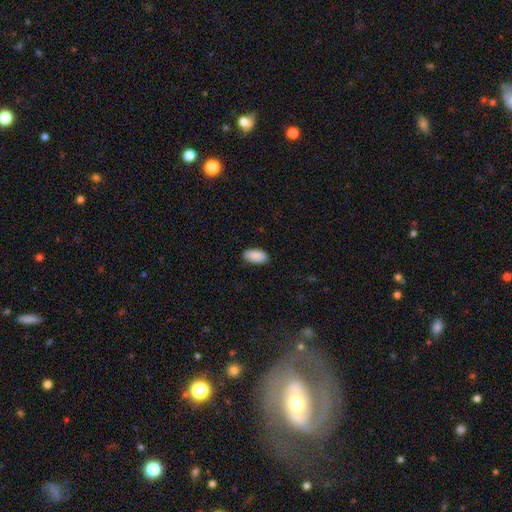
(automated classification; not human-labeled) The model was most divided on "merging": none: 87%, minor disturbance: 10%, major disturbance: 2%, merger: 1%. More confident: how rounded — in between (94%); smooth or featured — smooth (90%).